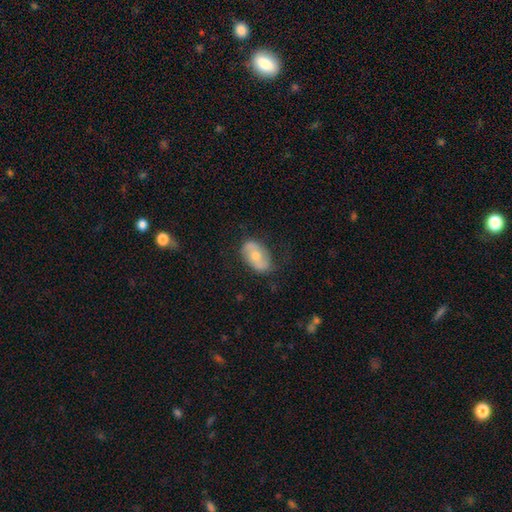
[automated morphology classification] smooth-or-featured: smooth: 52% | featured or disk: 42% | star or artifact: 6%
  how-rounded: in between: 89% | round: 9% | cigar-shaped: 2%
  merging: none: 72% | minor disturbance: 20% | major disturbance: 6% | merger: 1%